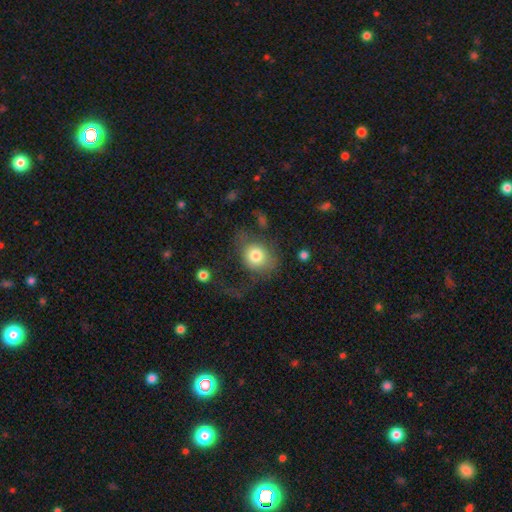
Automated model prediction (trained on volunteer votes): Overall: smooth (75%). How rounded: round (67%; in between 32%). Merging: none (38%; major disturbance 37%).